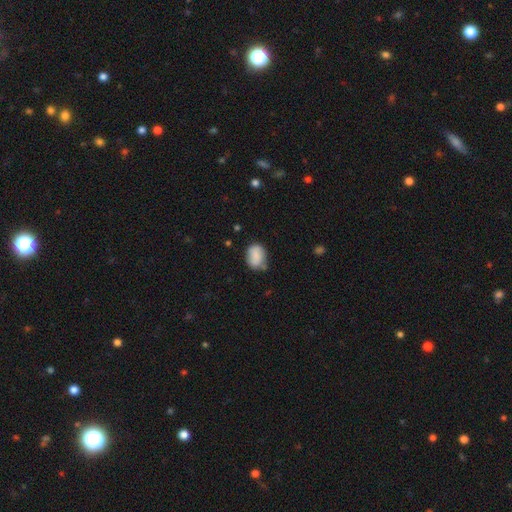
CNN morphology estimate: This appears to be a smooth galaxy with no disk features (81%) that is in between round and cigar-shaped (61%). Merging: none (62%).